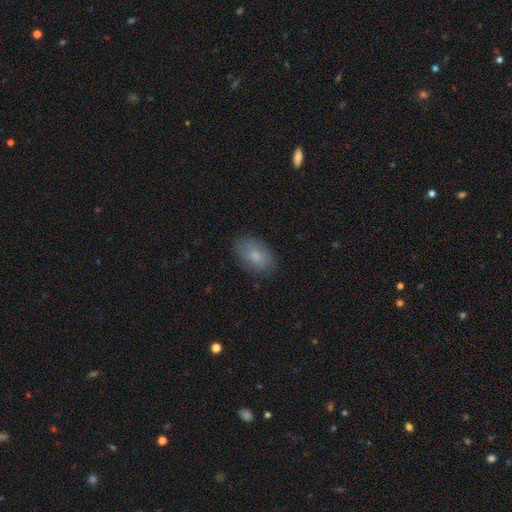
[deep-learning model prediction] smooth-or-featured: smooth: 79% | featured or disk: 14% | star or artifact: 7%
  how-rounded: in between: 91% | round: 7% | cigar-shaped: 2%
  merging: none: 82% | minor disturbance: 14% | major disturbance: 3% | merger: 1%